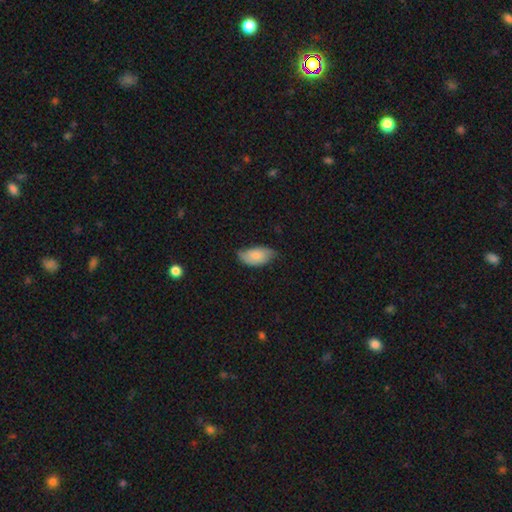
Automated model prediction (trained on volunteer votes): Smooth or featured: smooth — 72% (featured or disk — 22%)
How rounded: in between — 94% (round — 3%)
Merging: none — 56% (minor disturbance — 36%)